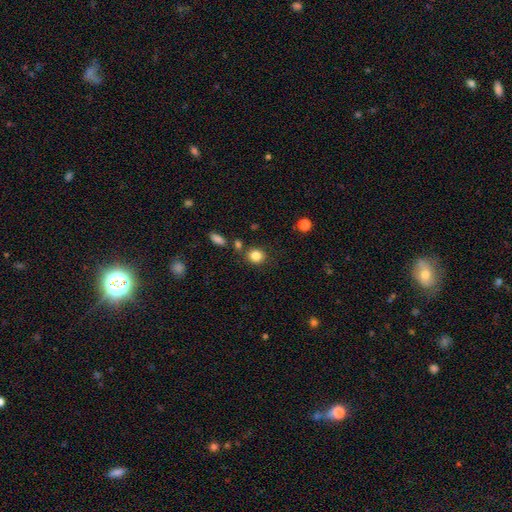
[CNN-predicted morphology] This is clearly a smooth galaxy (84%). How rounded: likely round (76%). Merging: likely none (80%).